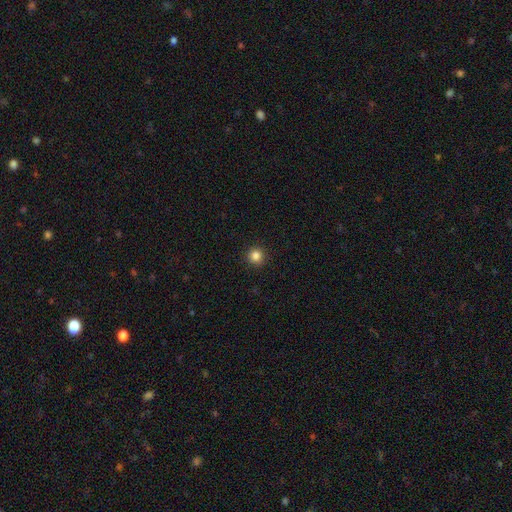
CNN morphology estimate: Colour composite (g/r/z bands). It shows a smooth galaxy with no disk features (84%) that is round (94%). Merging: none (93%).